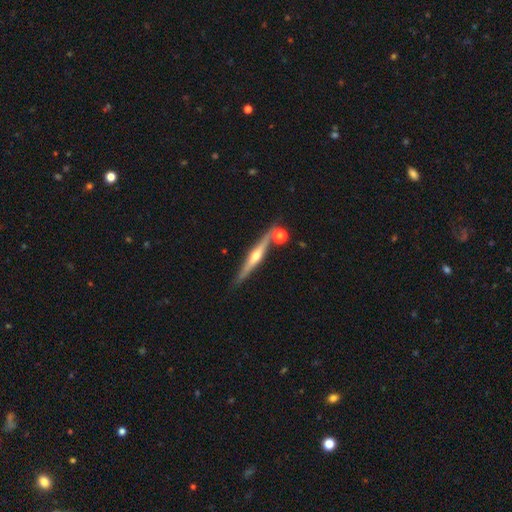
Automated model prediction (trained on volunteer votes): Overall: featured or disk (74%). Edge-on disk: yes (97%). Edge-on bulge: rounded (89%). Merging: none (78%).